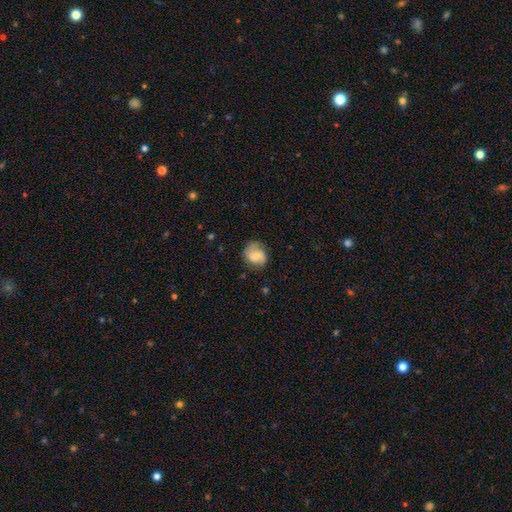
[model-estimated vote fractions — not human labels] A smooth galaxy with no disk features (58%) that is round (64%). Merging: none (66%).